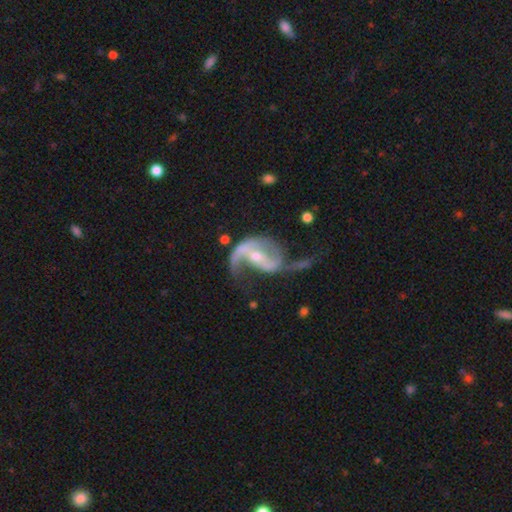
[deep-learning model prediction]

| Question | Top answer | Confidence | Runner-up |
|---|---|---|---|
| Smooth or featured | featured or disk | 86% | smooth (8%) |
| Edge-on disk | no | 97% | yes (3%) |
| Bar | weak | 38% | strong (35%) |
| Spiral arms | yes | 92% | no (8%) |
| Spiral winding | loose | 57% | medium (34%) |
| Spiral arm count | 2 | 73% | 1 (19%) |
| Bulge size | small | 53% | moderate (41%) |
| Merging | major disturbance | 40% | none (34%) |